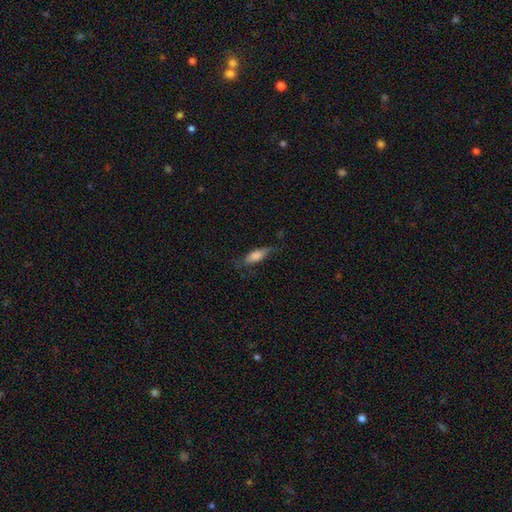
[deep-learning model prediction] smooth_or_featured: smooth (p=0.67) [alt: featured or disk p=0.26]
how_rounded: in between (p=0.62) [alt: cigar-shaped p=0.35]
merging: none (p=0.59) [alt: minor disturbance p=0.28]